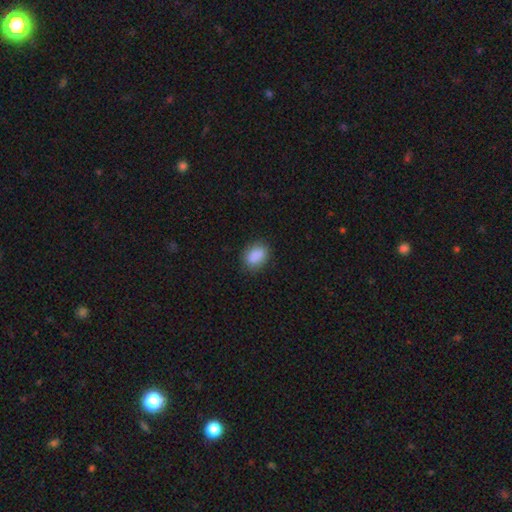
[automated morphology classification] Smooth or featured? Predicted: smooth (p=0.88). How rounded? Predicted: in between (p=0.78). Merging? Predicted: none (p=0.82).